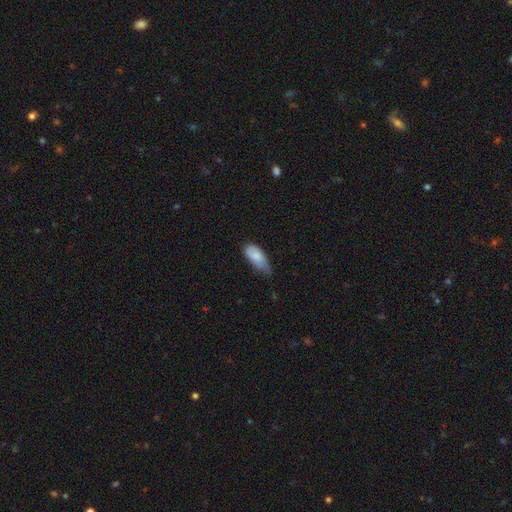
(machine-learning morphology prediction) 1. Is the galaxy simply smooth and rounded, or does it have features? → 82% smooth, 11% featured or disk, 6% star or artifact.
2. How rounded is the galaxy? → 87% in between, 11% cigar-shaped, 2% round.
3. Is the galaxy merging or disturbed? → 53% minor disturbance, 33% none, 12% major disturbance, 2% merger.